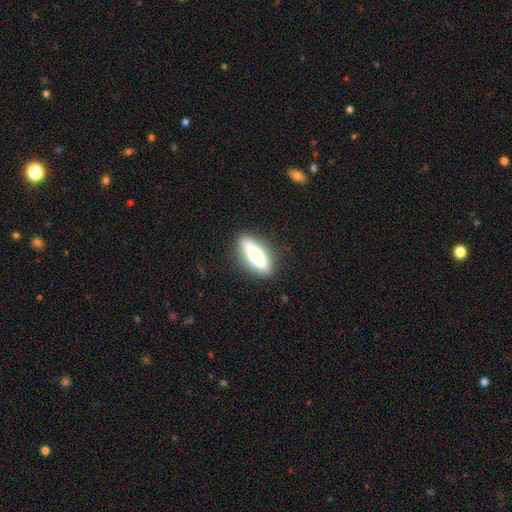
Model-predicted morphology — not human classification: A smooth galaxy with no disk features (71%) that is cigar-shaped (51%). Merging: none (85%).